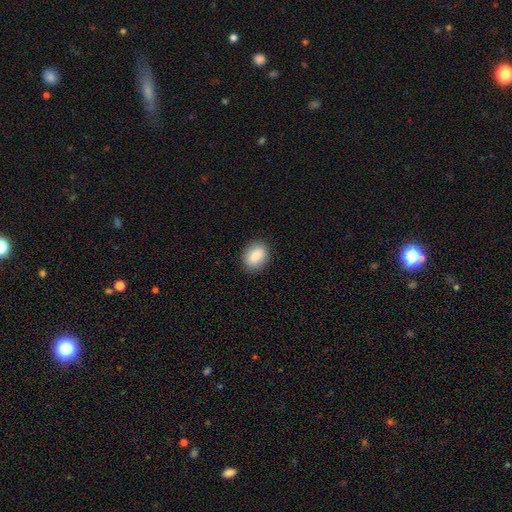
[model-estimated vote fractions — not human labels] A smooth galaxy with no disk features (87%) that is in between round and cigar-shaped (67%). Merging: none (87%).